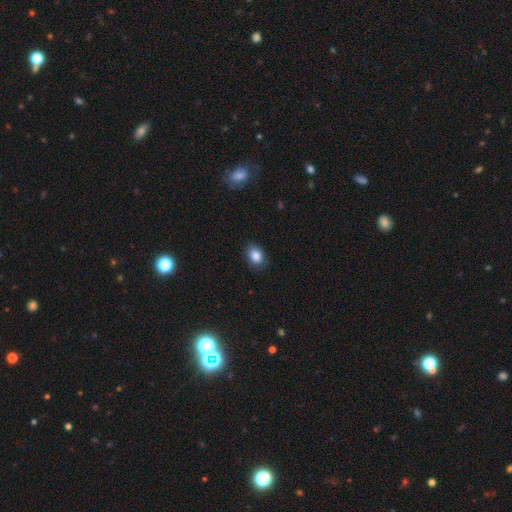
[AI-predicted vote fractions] Smooth or featured? smooth (85%)
How rounded? in between (72%)
Merging? none (80%)